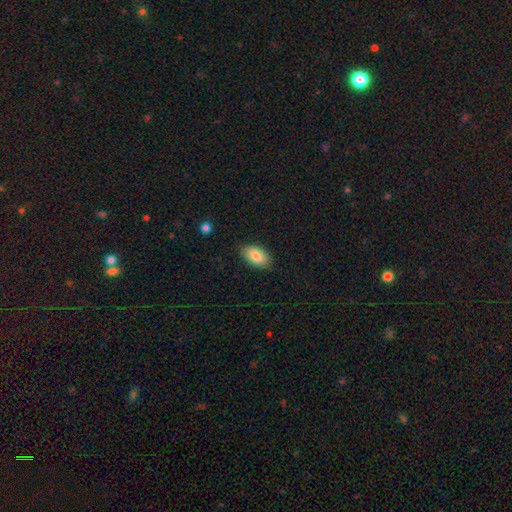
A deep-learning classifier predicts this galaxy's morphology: Overall: smooth (84%). How rounded: in between (93%). Merging: none (84%).